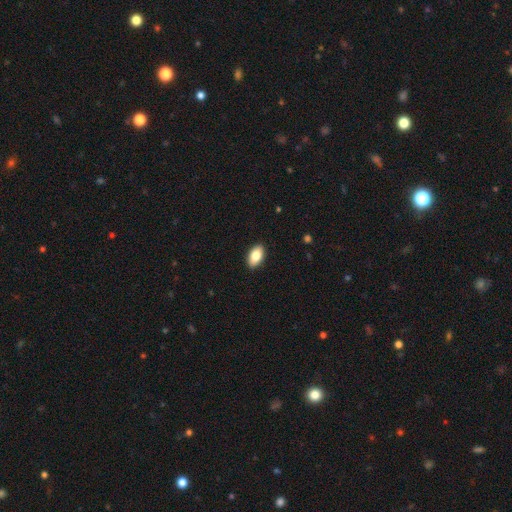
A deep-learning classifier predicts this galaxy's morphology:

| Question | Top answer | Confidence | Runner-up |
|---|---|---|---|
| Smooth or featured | smooth | 84% | featured or disk (9%) |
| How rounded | in between | 94% | round (4%) |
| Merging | none | 90% | minor disturbance (7%) |